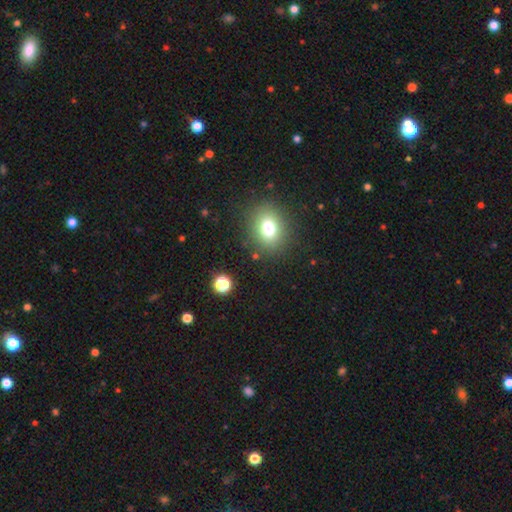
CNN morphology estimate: Smooth or featured: smooth — 74% (star or artifact — 16%)
How rounded: round — 53% (in between — 46%)
Merging: none — 88% (minor disturbance — 8%)